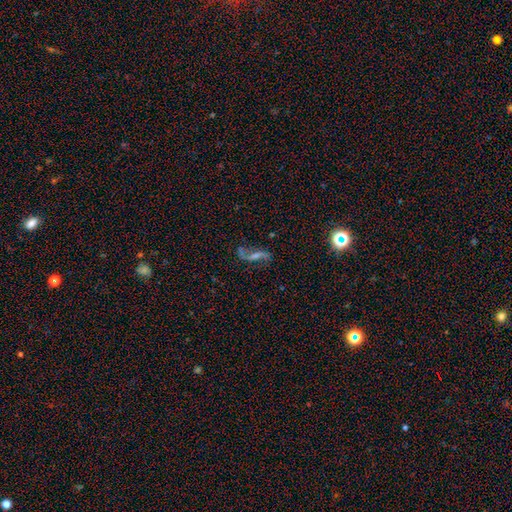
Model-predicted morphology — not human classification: Smooth or featured: featured or disk — 77% (star or artifact — 13%)
Edge-on disk: no — 93% (yes — 7%)
Bar: weak — 43% (strong — 32%)
Spiral arms: yes — 93% (no — 7%)
Spiral winding: loose — 81% (medium — 14%)
Spiral arm count: 2 — 91% (1 — 4%)
Bulge size: small — 41% (none — 28%)
Merging: none — 70% (minor disturbance — 15%)